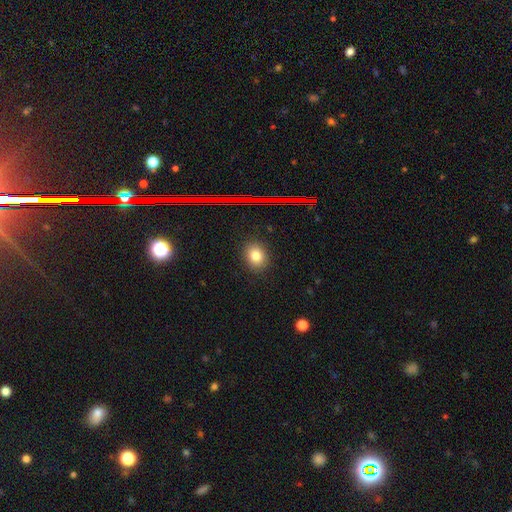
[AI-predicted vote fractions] smooth-or-featured: smooth: 79% | star or artifact: 14% | featured or disk: 8%
  how-rounded: round: 50% | in between: 49% | cigar-shaped: 1%
  merging: none: 88% | minor disturbance: 8% | major disturbance: 2% | merger: 1%